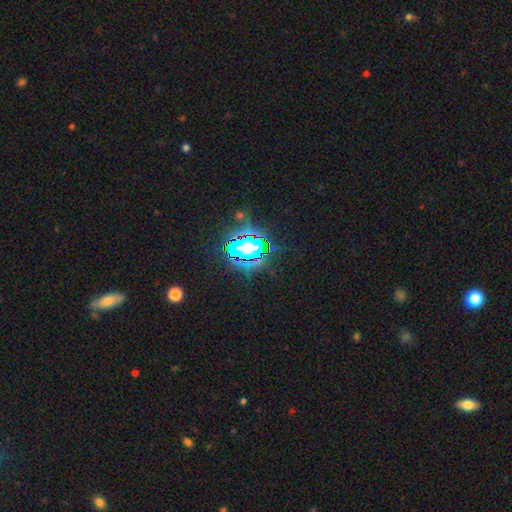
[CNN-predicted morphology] smooth-or-featured: star or artifact: 82% | smooth: 11% | featured or disk: 7%